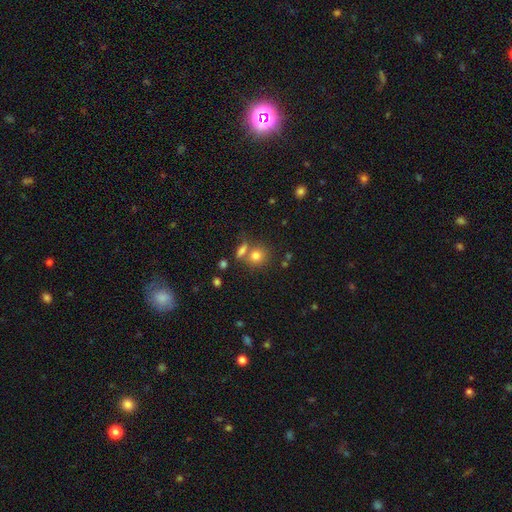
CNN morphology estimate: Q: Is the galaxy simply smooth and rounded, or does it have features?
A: smooth — 78%.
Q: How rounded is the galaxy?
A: round — 77%.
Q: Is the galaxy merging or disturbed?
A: none — 56%.